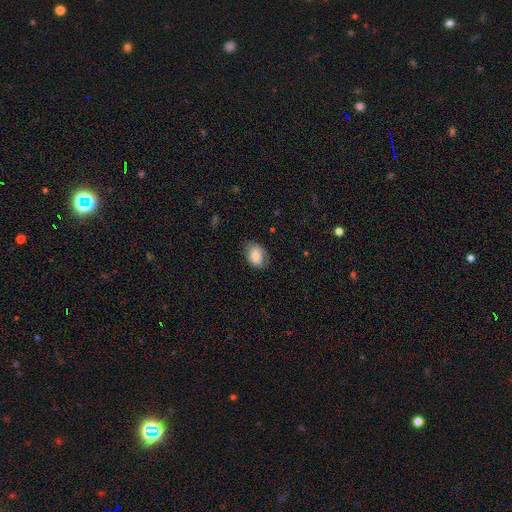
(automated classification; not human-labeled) Smooth or featured?
  - smooth: 79% *
  - featured or disk: 13%
  - star or artifact: 8%
How rounded?
  - in between: 69% *
  - round: 30%
  - cigar-shaped: 1%
Merging?
  - none: 72% *
  - minor disturbance: 22%
  - major disturbance: 6%
  - merger: 1%